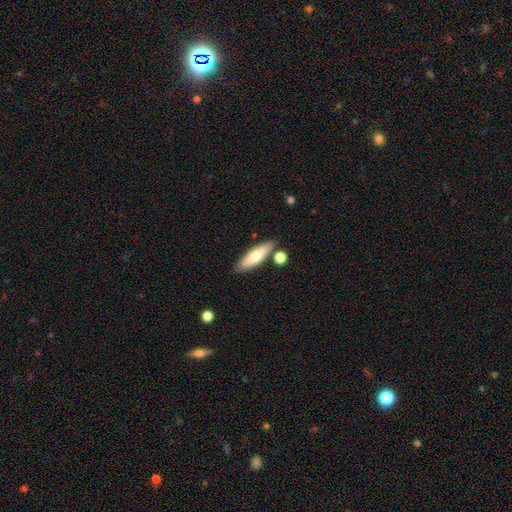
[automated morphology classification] smooth 69%, featured or disk 25%, star or artifact 6%. Down the decision tree: how rounded — cigar-shaped (56%); merging — none (77%).